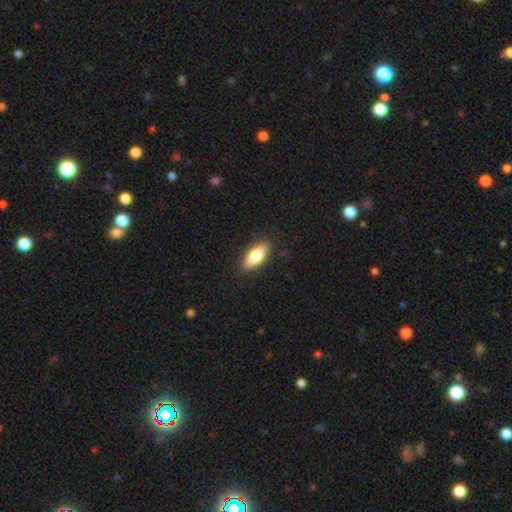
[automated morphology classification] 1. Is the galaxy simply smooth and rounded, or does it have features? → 66% smooth, 28% featured or disk, 6% star or artifact.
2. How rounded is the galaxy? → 71% in between, 26% cigar-shaped, 3% round.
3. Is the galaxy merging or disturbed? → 87% none, 10% minor disturbance, 2% major disturbance, 1% merger.